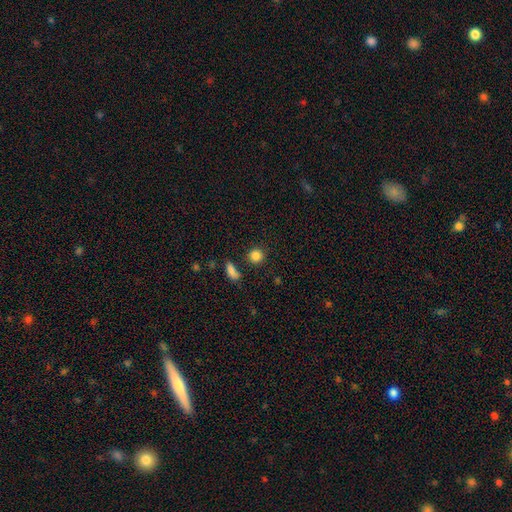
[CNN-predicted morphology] type=smooth (85%); roundness=round (88%); merging=none (82%).